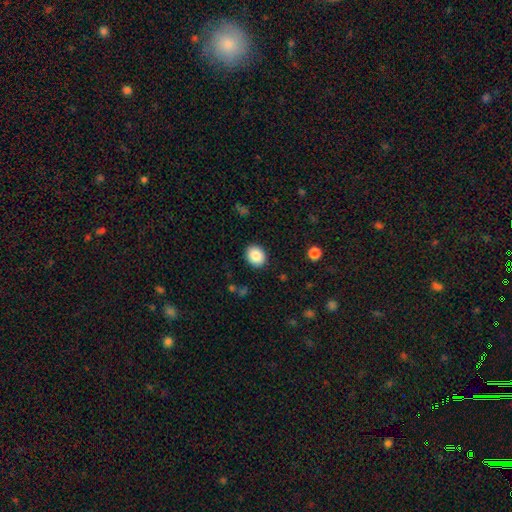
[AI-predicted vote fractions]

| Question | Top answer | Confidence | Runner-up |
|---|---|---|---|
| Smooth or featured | smooth | 87% | star or artifact (8%) |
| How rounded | round | 63% | in between (37%) |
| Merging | none | 89% | minor disturbance (8%) |